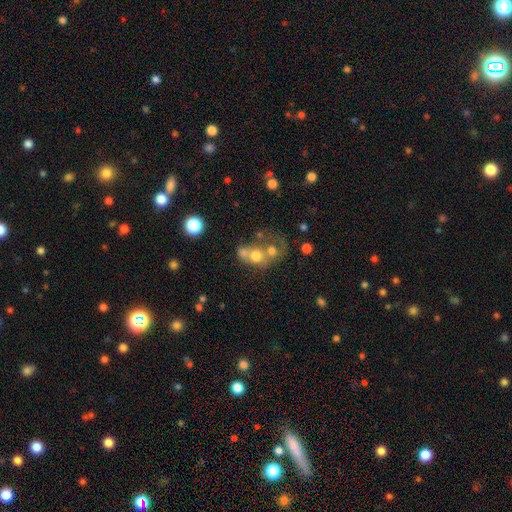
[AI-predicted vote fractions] Smooth or featured?
  - smooth: 60% *
  - featured or disk: 25%
  - star or artifact: 15%
How rounded?
  - round: 70% *
  - in between: 28%
  - cigar-shaped: 1%
Merging?
  - merger: 61% *
  - none: 23%
  - major disturbance: 8%
  - minor disturbance: 7%